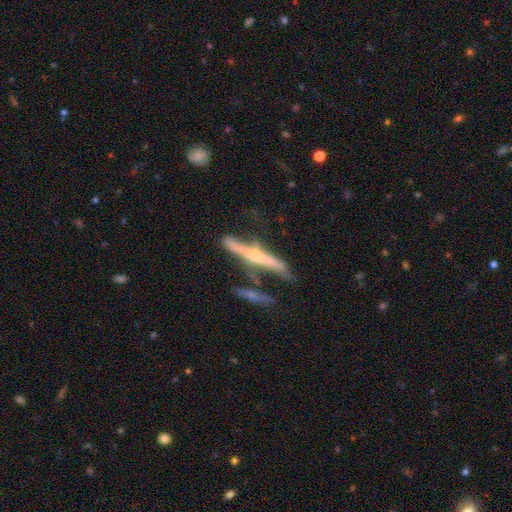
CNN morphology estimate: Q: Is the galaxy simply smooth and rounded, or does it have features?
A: featured or disk — 78%.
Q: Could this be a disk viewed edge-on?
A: yes — 92%.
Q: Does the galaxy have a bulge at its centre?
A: rounded — 73%.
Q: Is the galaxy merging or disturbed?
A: none — 55%.